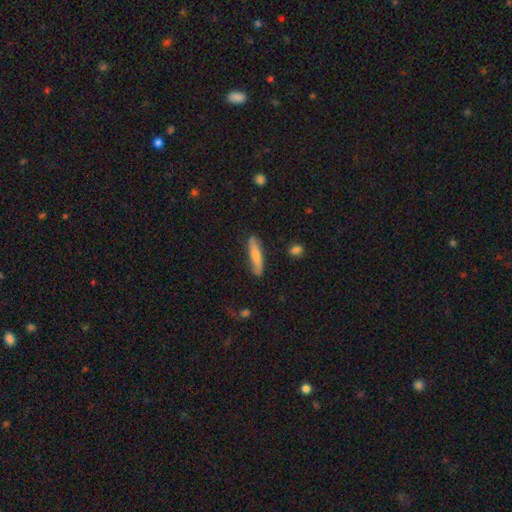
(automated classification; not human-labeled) A smooth galaxy with no disk features (74%) that is cigar-shaped (83%). Merging: none (81%).